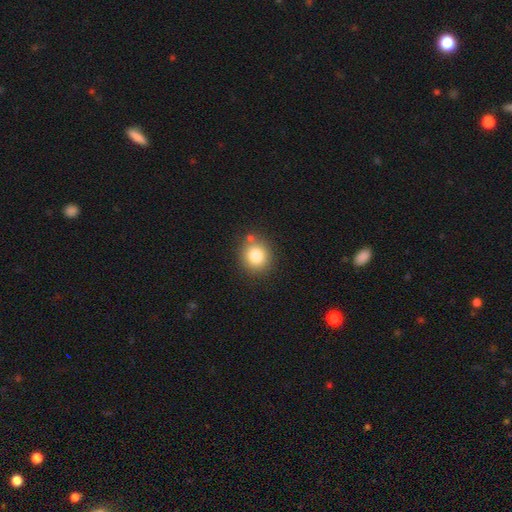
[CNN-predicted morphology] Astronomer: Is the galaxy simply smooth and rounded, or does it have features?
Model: smooth — 81%.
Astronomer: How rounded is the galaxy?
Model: round — 86%.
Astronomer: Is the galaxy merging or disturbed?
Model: none — 81%.